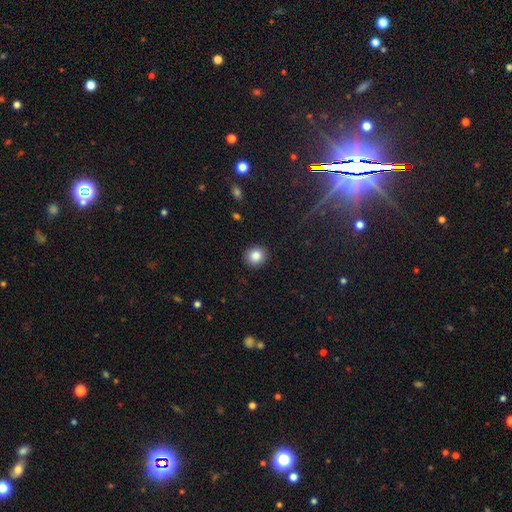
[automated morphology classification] smooth 85%, star or artifact 10%, featured or disk 5%. Down the decision tree: how rounded — round (85%); merging — none (91%).